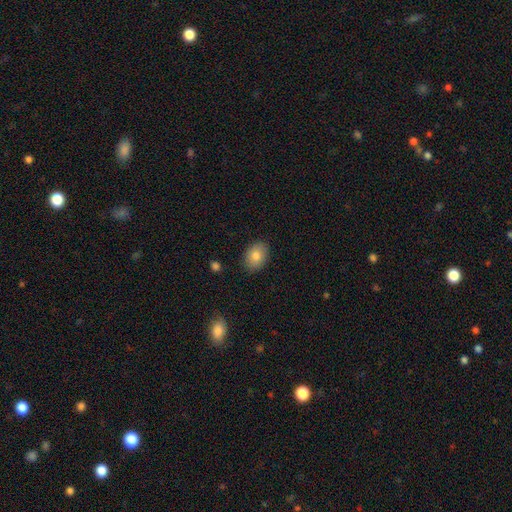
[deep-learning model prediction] Overall: smooth (82%). How rounded: in between (76%). Merging: none (86%).